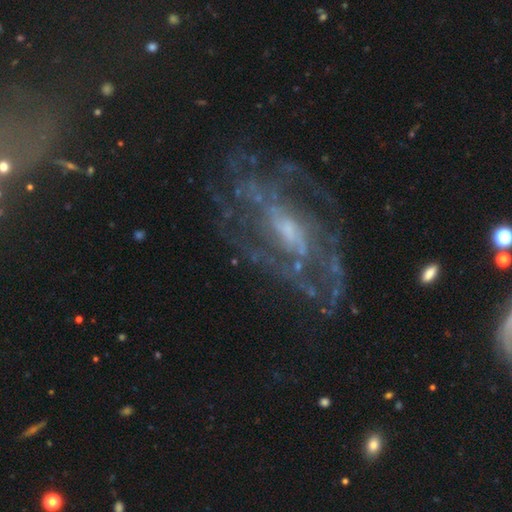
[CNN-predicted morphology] This appears to be a featured or disk galaxy (85%) with a weak bar (43%), tight (42%) spiral arms (86%) and a small central bulge (52%). Merging: none (66%).